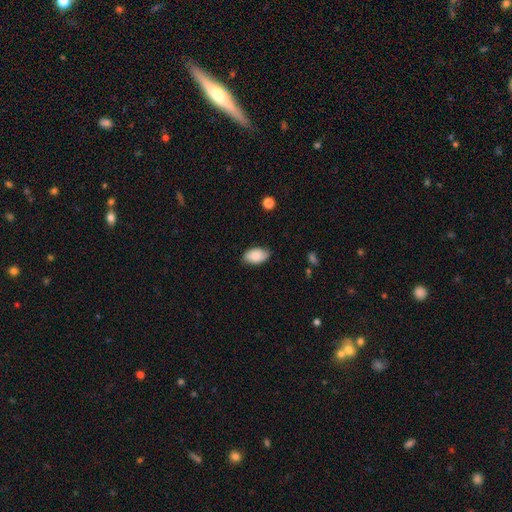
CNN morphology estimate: A smooth galaxy with no disk features (86%) that is in between round and cigar-shaped (94%).

Vote fractions:
- Smooth or featured? smooth: 86% / featured or disk: 7% / star or artifact: 7%
- How rounded? in between: 94% / round: 5% / cigar-shaped: 1%
- Merging? none: 81% / minor disturbance: 15% / major disturbance: 3% / merger: 1%